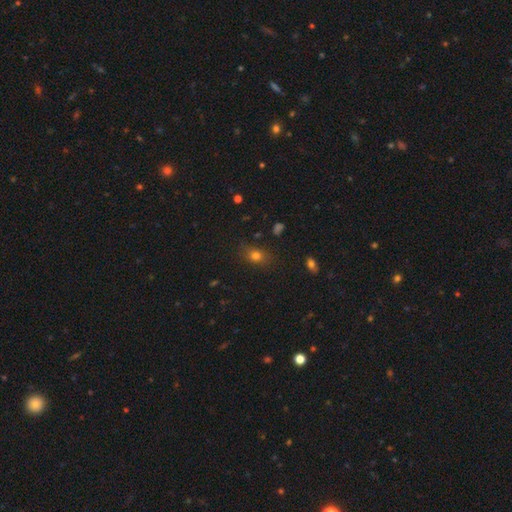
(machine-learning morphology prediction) A smooth galaxy with no disk features (75%) that is in between round and cigar-shaped (58%).

Vote fractions:
- Smooth or featured? smooth: 75% / star or artifact: 16% / featured or disk: 10%
- How rounded? in between: 58% / round: 40% / cigar-shaped: 3%
- Merging? none: 78% / minor disturbance: 15% / major disturbance: 4% / merger: 2%